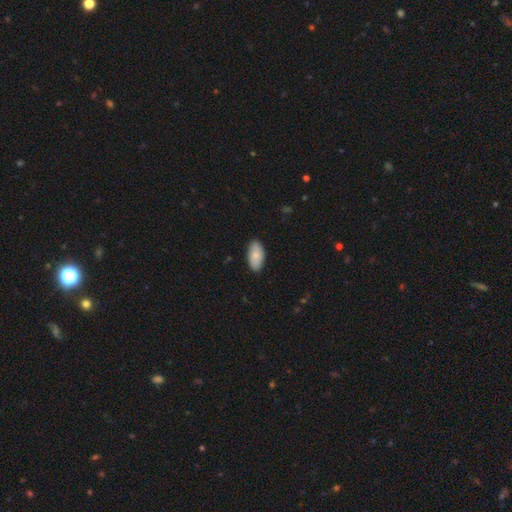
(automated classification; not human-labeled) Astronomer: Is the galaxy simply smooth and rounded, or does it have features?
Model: smooth — 81%.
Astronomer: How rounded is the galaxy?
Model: in between — 94%.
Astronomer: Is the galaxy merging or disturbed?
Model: none — 88%.